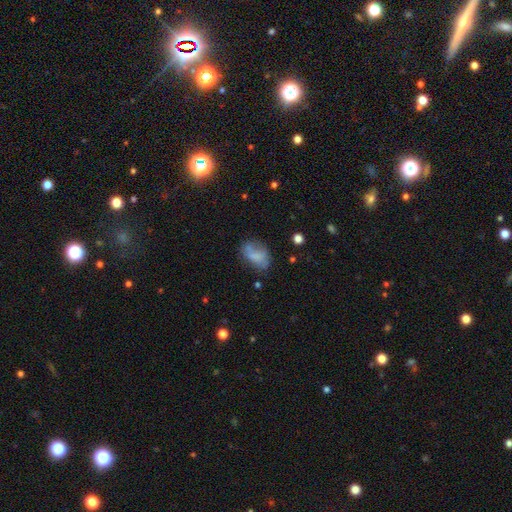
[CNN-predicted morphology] Smooth or featured: smooth — 66% (featured or disk — 24%)
How rounded: in between — 84% (round — 14%)
Merging: none — 42% (minor disturbance — 27%)